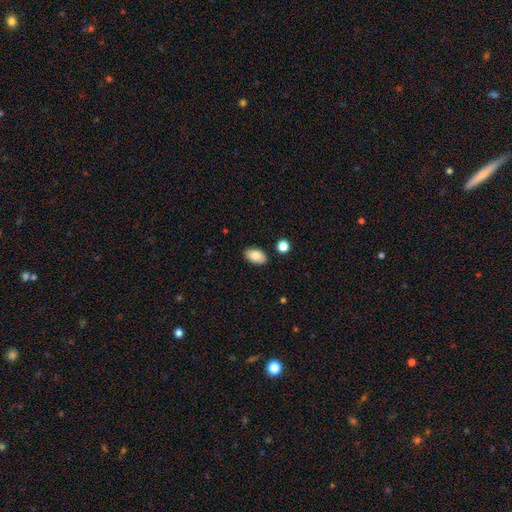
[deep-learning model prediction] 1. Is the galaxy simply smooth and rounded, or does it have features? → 86% smooth, 7% star or artifact, 7% featured or disk.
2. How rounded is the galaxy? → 93% in between, 6% round, 2% cigar-shaped.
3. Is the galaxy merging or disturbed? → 85% none, 10% minor disturbance, 3% merger, 2% major disturbance.